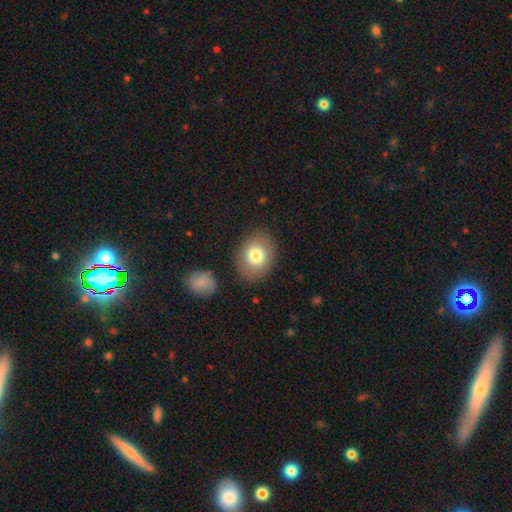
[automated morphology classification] This is likely a smooth galaxy (79%). How rounded: possibly in between (58%). Merging: clearly none (84%).